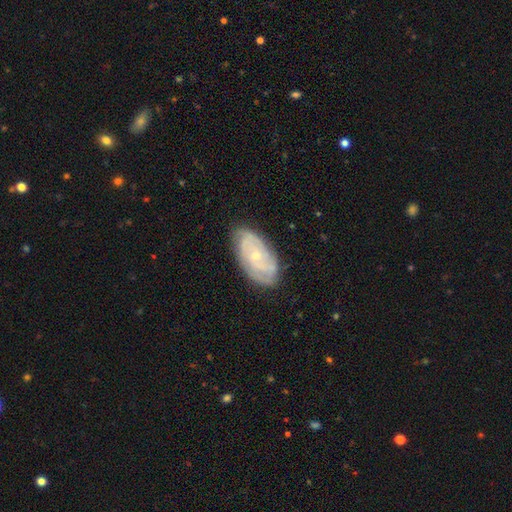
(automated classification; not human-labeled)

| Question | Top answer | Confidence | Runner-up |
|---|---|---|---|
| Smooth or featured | featured or disk | 70% | smooth (23%) |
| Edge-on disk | no | 94% | yes (6%) |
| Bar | no | 73% | weak (23%) |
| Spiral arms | yes | 86% | no (14%) |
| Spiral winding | tight | 67% | medium (26%) |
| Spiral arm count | can't tell | 45% | 2 (25%) |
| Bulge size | small | 74% | moderate (21%) |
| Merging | none | 79% | minor disturbance (16%) |